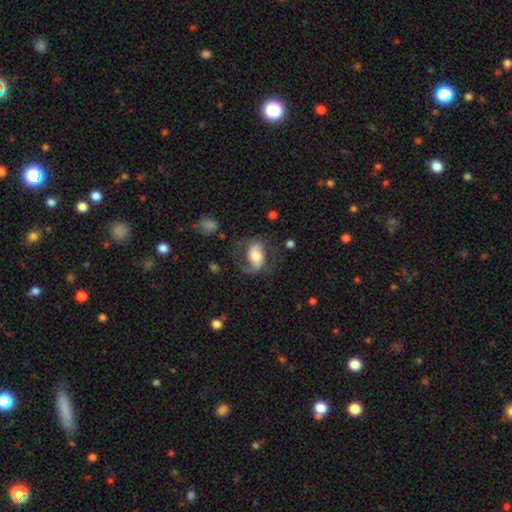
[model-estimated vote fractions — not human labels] smooth_or_featured: featured or disk (p=0.62) [alt: smooth p=0.31]
disk_edge_on: no (p=0.96) [alt: yes p=0.04]
bar: no (p=0.39) [alt: weak p=0.34]
has_spiral_arms: yes (p=0.84) [alt: no p=0.16]
spiral_winding: medium (p=0.46) [alt: loose p=0.37]
spiral_arm_count: 2 (p=0.79) [alt: 1 p=0.12]
bulge_size: moderate (p=0.55) [alt: large p=0.23]
merging: none (p=0.58) [alt: major disturbance p=0.20]